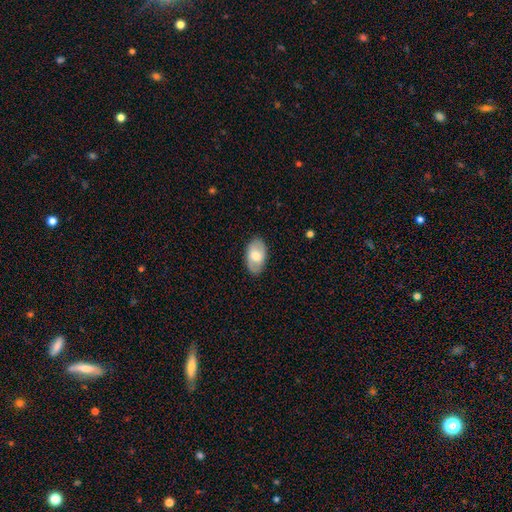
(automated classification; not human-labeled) smooth 55%, featured or disk 39%, star or artifact 6%. Down the decision tree: how rounded — in between (92%); merging — none (84%).